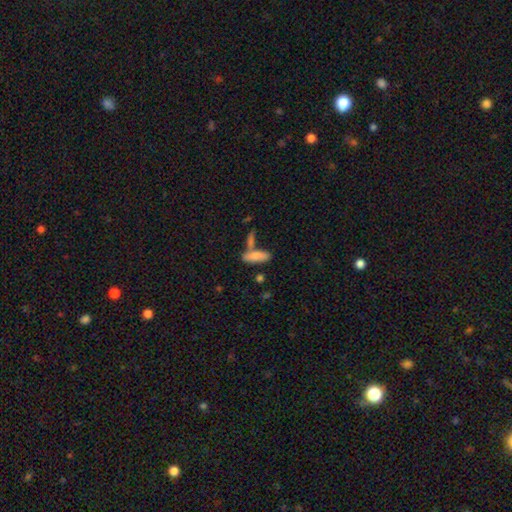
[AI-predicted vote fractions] Overall: smooth (80%). How rounded: in between (51%; cigar-shaped 46%). Merging: none (54%; merger 29%).